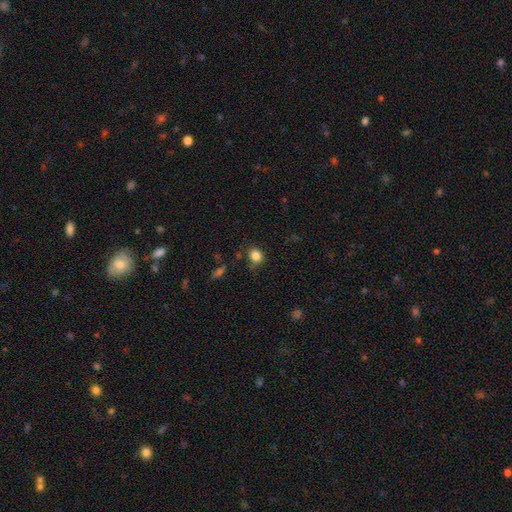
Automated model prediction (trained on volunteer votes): Q: Smooth or featured?
A: smooth (84%); runner-up: star or artifact (11%)
Q: How rounded?
A: round (65%); runner-up: in between (34%)
Q: Merging?
A: none (75%); runner-up: minor disturbance (17%)